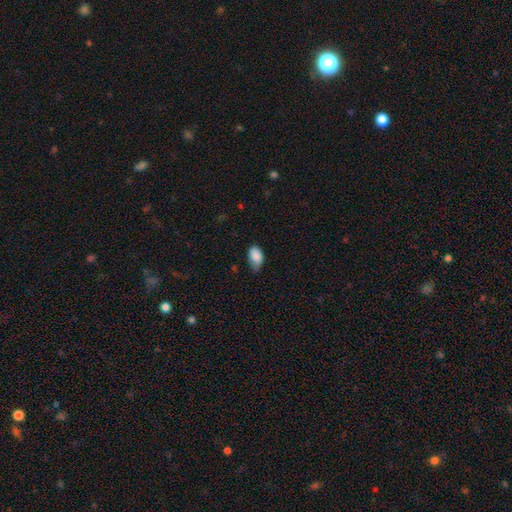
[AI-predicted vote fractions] Smooth or featured? smooth (86%)
How rounded? in between (92%)
Merging? minor disturbance (46%)